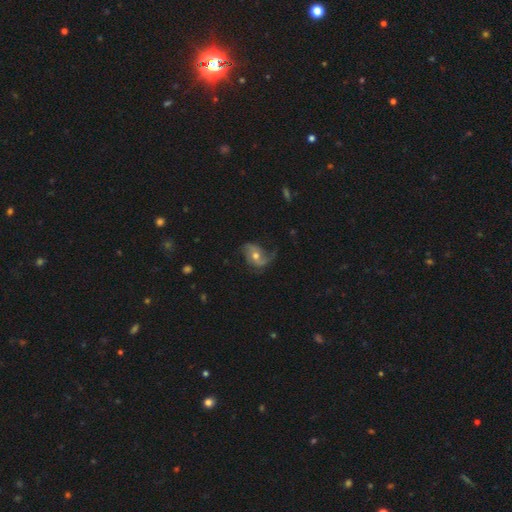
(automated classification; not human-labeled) Q: Smooth or featured?
A: featured or disk (69%); runner-up: smooth (24%)
Q: Edge-on disk?
A: no (96%); runner-up: yes (4%)
Q: Bar?
A: no (65%); runner-up: weak (26%)
Q: Spiral arms?
A: yes (87%); runner-up: no (13%)
Q: Spiral winding?
A: loose (57%); runner-up: medium (32%)
Q: Spiral arm count?
A: 2 (72%); runner-up: 1 (16%)
Q: Bulge size?
A: moderate (72%); runner-up: small (20%)
Q: Merging?
A: none (48%); runner-up: minor disturbance (28%)